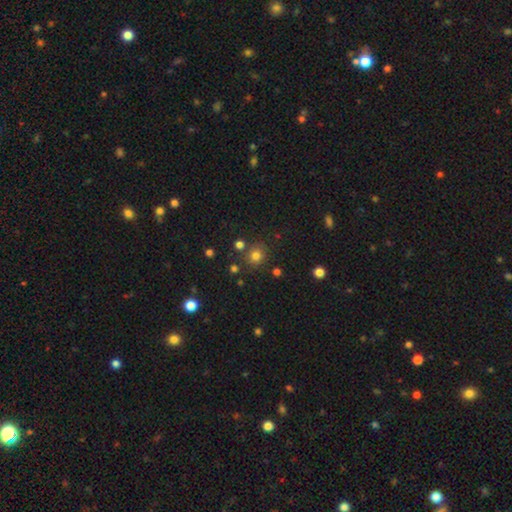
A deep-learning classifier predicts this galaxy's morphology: A smooth galaxy with no disk features (76%) that is round (85%).

Vote fractions:
- Smooth or featured? smooth: 76% / star or artifact: 17% / featured or disk: 7%
- How rounded? round: 85% / in between: 14% / cigar-shaped: 1%
- Merging? none: 81% / minor disturbance: 9% / merger: 7% / major disturbance: 3%